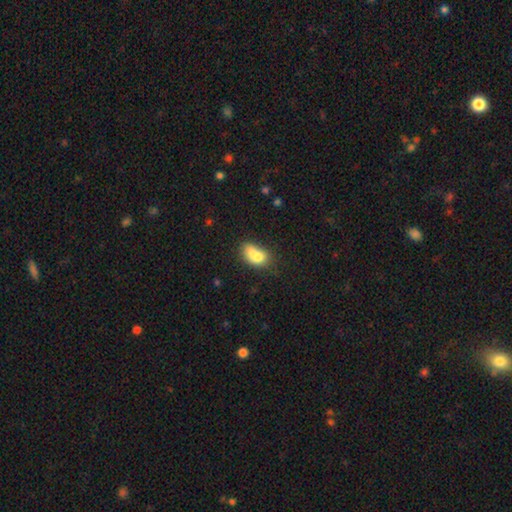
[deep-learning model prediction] Smooth or featured?
  - smooth: 79% *
  - featured or disk: 12%
  - star or artifact: 9%
How rounded?
  - in between: 88% *
  - round: 9%
  - cigar-shaped: 3%
Merging?
  - none: 41% *
  - minor disturbance: 27%
  - merger: 21%
  - major disturbance: 11%